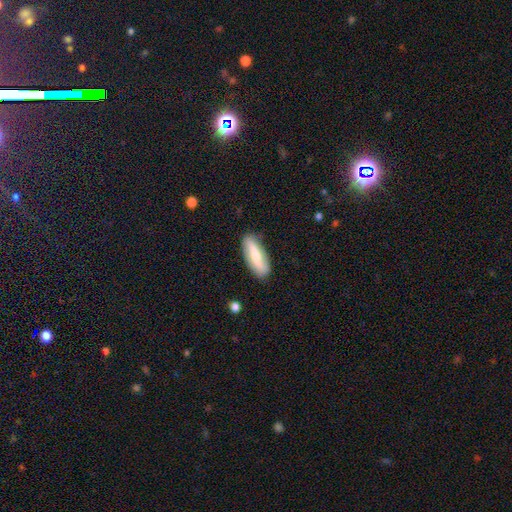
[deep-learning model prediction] Smooth or featured?
  - smooth: 55% *
  - featured or disk: 39%
  - star or artifact: 6%
How rounded?
  - in between: 55% *
  - cigar-shaped: 42%
  - round: 2%
Merging?
  - none: 85% *
  - minor disturbance: 12%
  - major disturbance: 2%
  - merger: 1%